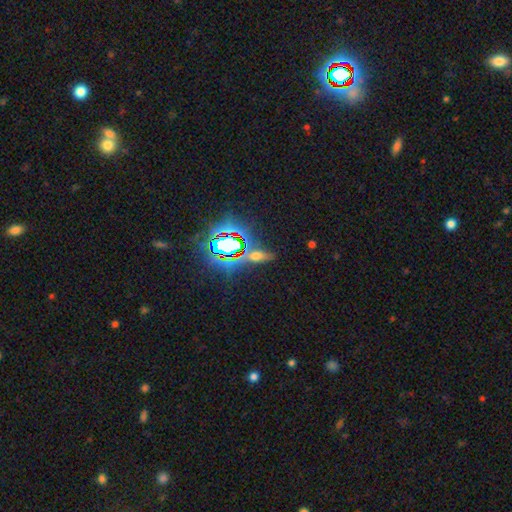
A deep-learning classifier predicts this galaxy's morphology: Q: Smooth or featured?
A: star or artifact (44%); runner-up: smooth (34%)